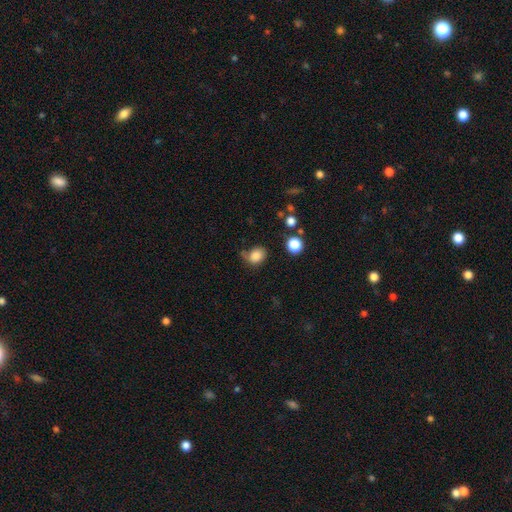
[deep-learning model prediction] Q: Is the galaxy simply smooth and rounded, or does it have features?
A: smooth — 83%.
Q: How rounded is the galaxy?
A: round — 59%.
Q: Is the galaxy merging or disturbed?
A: none — 58%.